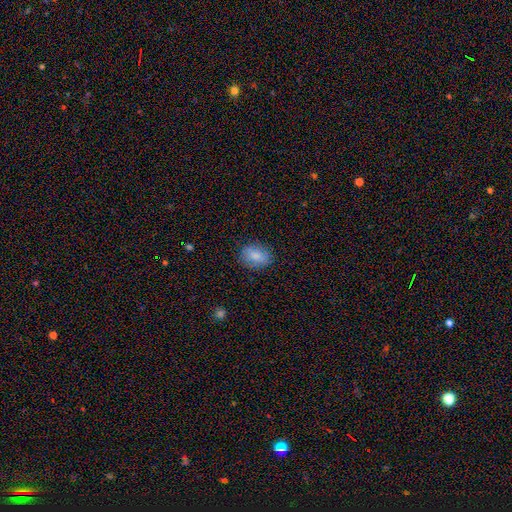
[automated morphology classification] A smooth galaxy with no disk features (81%) that is in between round and cigar-shaped (58%). Merging: none (81%).